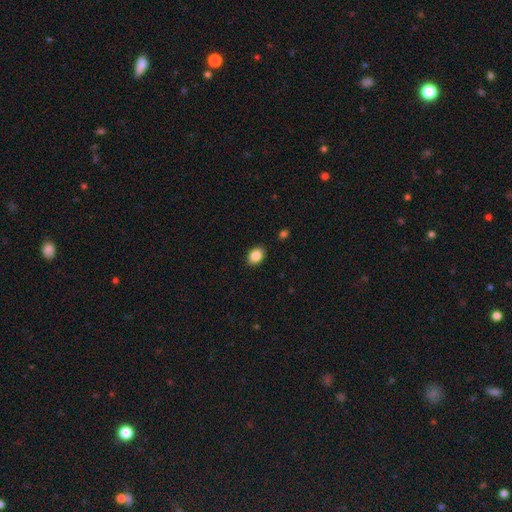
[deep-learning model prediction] Smooth or featured? smooth (87%)
How rounded? in between (70%)
Merging? none (89%)